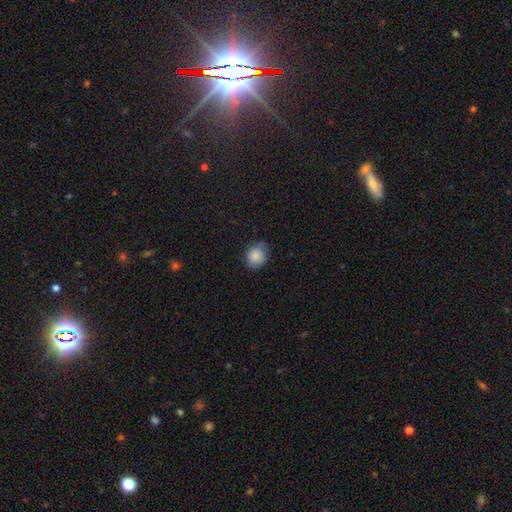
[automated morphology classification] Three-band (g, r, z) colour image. It shows a smooth galaxy with no disk features (87%) that is round (68%). Merging: none (72%).